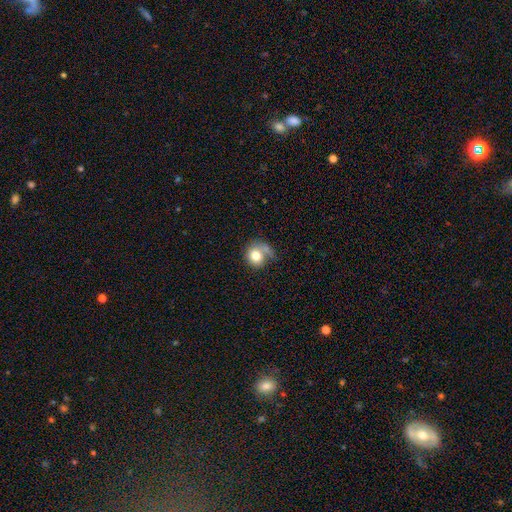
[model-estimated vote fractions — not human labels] Smooth or featured: smooth — 76% (featured or disk — 16%)
How rounded: round — 77% (in between — 22%)
Merging: none — 38% (minor disturbance — 23%)